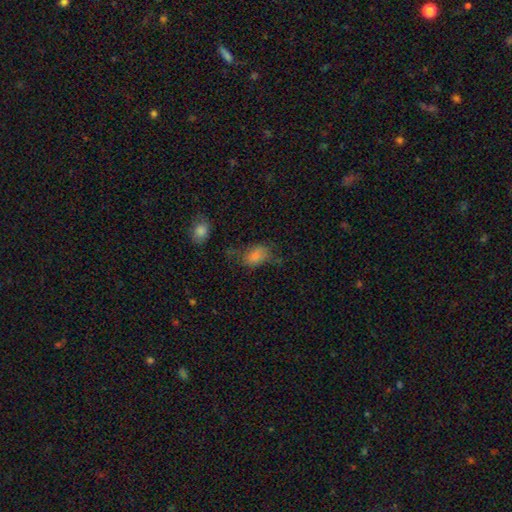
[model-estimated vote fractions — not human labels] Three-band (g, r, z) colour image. It shows a smooth galaxy with no disk features (78%) that is in between round and cigar-shaped (84%). Merging: none (44%).